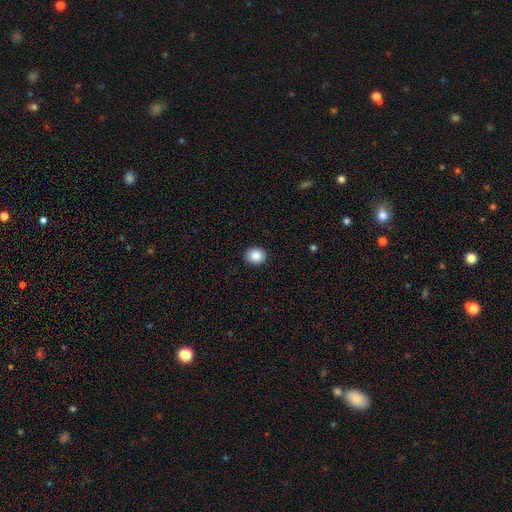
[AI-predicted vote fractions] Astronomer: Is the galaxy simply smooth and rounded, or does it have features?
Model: smooth — 88%.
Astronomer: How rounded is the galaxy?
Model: round — 68%.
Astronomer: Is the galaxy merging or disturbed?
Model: none — 91%.